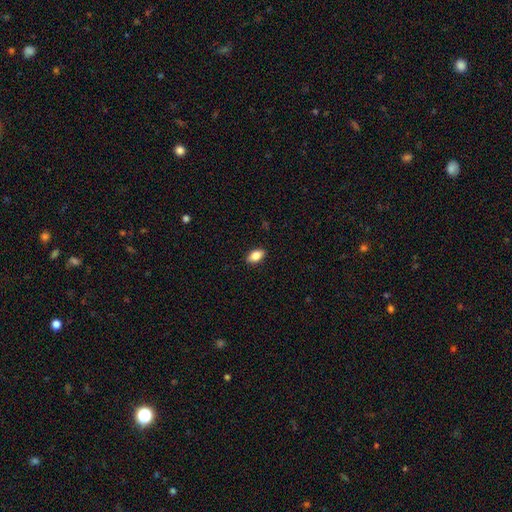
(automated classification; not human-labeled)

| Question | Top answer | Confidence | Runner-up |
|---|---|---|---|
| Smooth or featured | smooth | 83% | featured or disk (10%) |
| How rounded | in between | 90% | round (6%) |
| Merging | none | 90% | minor disturbance (8%) |